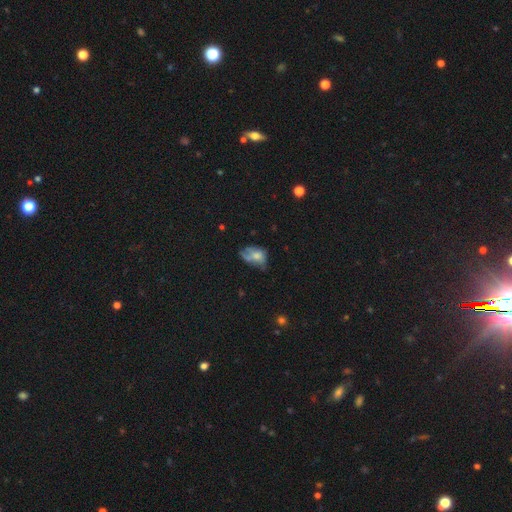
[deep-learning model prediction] Smooth or featured?
  - smooth: 58% *
  - featured or disk: 30%
  - star or artifact: 12%
How rounded?
  - in between: 76% *
  - round: 22%
  - cigar-shaped: 2%
Merging?
  - none: 32% *
  - minor disturbance: 31%
  - major disturbance: 27%
  - merger: 9%